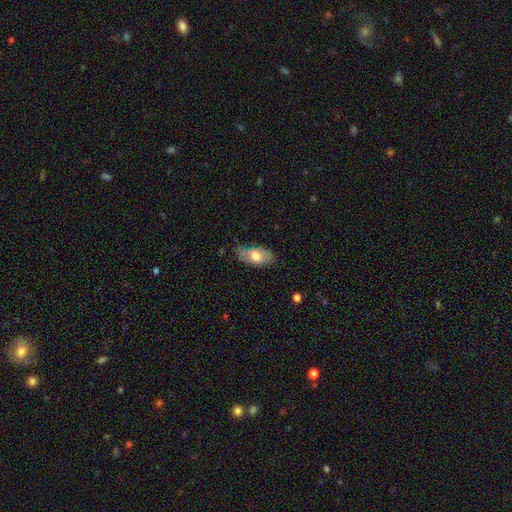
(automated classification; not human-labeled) Q: Smooth or featured?
A: smooth (69%); runner-up: featured or disk (25%)
Q: How rounded?
A: in between (92%); runner-up: round (4%)
Q: Merging?
A: none (64%); runner-up: minor disturbance (28%)